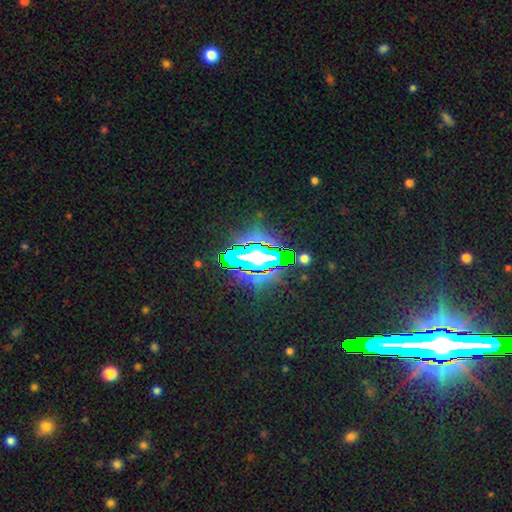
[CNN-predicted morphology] Smooth or featured? Predicted: star or artifact (p=0.70).